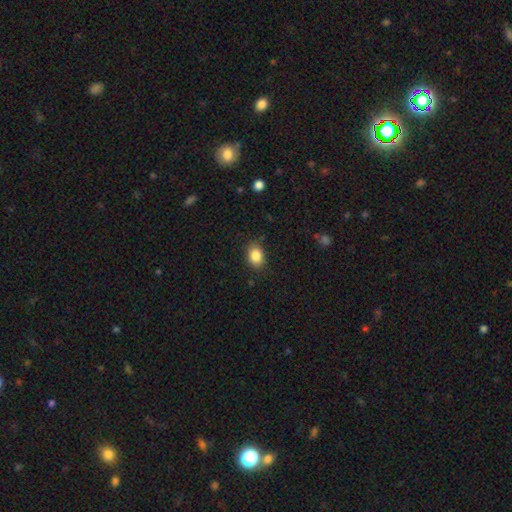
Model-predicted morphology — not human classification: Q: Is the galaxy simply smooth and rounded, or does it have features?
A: smooth — 86%.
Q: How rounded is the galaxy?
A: in between — 73%.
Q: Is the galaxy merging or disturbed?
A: none — 81%.